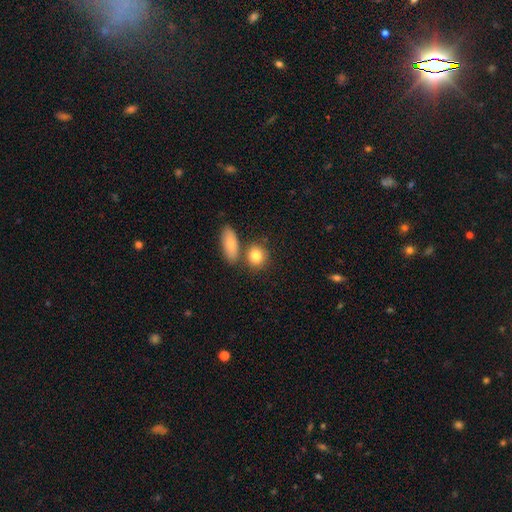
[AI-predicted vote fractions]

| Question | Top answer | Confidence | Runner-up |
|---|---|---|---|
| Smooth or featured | smooth | 82% | featured or disk (11%) |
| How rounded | round | 63% | in between (34%) |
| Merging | none | 66% | merger (20%) |